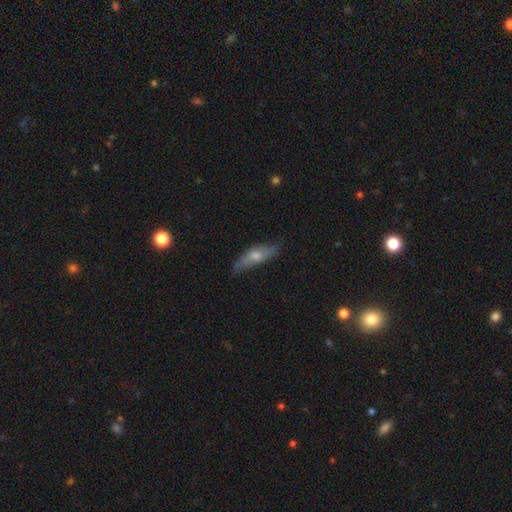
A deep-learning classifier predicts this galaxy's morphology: A smooth galaxy with no disk features (46%, tied with featured or disk).

Vote fractions:
- Smooth or featured? smooth: 46% (tied) / featured or disk: 46% (tied) / star or artifact: 8%
- Merging? none: 69% / minor disturbance: 24% / major disturbance: 5% / merger: 2%